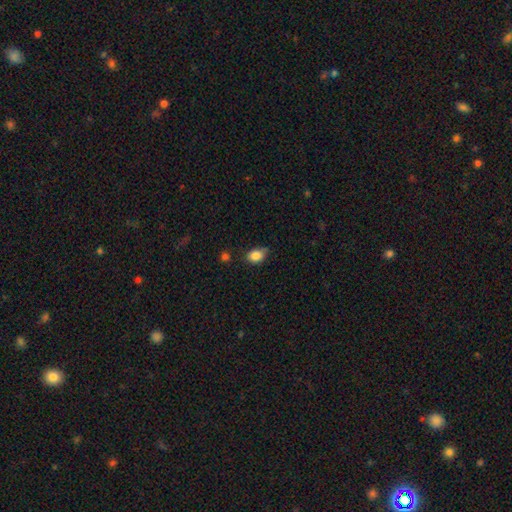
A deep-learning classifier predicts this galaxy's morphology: type=smooth (85%); roundness=in between (72%); merging=none (60%).